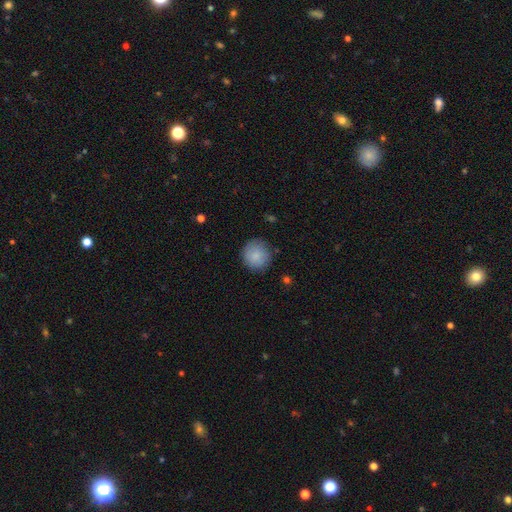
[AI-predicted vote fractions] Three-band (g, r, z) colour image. It shows a smooth galaxy with no disk features (83%) that is round (92%). Merging: none (81%).